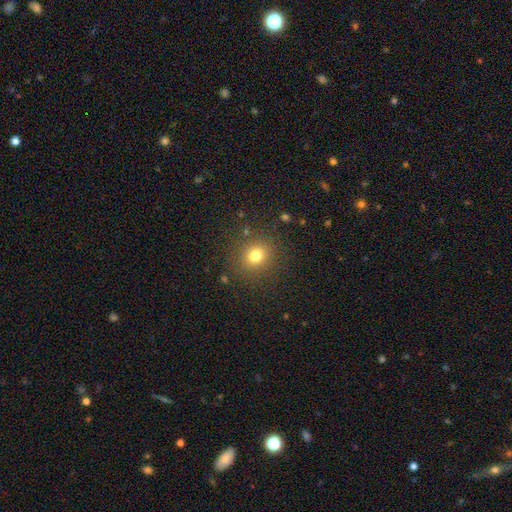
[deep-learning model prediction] smooth-or-featured: smooth: 76% | star or artifact: 16% | featured or disk: 8%
  how-rounded: round: 81% | in between: 18% | cigar-shaped: 1%
  merging: none: 87% | minor disturbance: 8% | major disturbance: 3% | merger: 2%